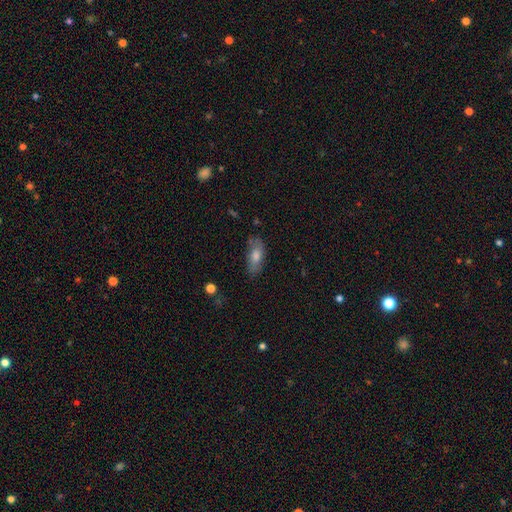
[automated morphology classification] This appears to be a smooth galaxy with no disk features (64%) that is in between round and cigar-shaped (77%). Merging: none (75%).